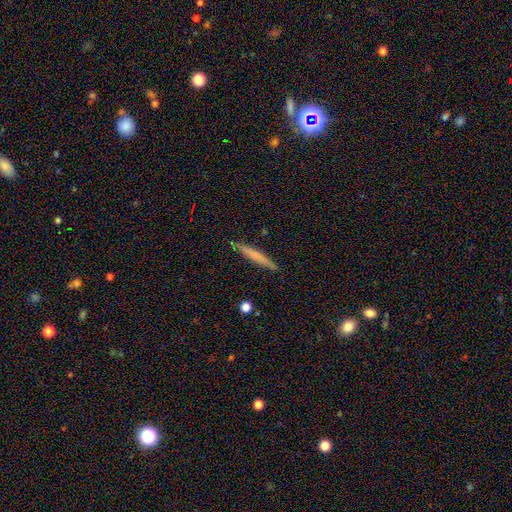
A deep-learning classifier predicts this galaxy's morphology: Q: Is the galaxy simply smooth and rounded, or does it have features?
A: smooth — 62%.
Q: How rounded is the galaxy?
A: cigar-shaped — 96%.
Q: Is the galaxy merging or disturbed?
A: none — 89%.